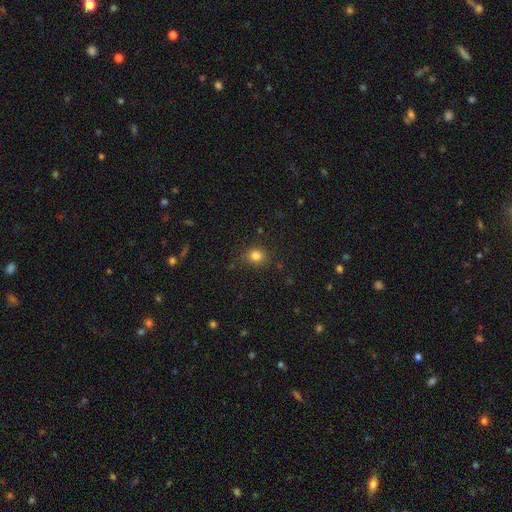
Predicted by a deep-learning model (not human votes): This appears to be a smooth galaxy with no disk features (82%) that is round (76%). Merging: none (83%).